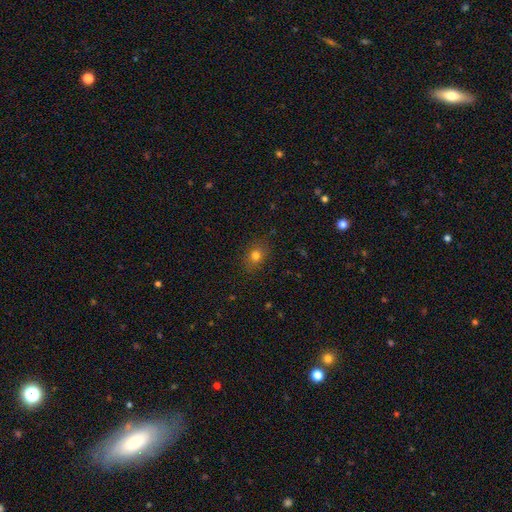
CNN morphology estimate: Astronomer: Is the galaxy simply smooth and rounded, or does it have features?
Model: smooth — 77%.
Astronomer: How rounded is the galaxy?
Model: in between — 50% (runner-up: round, 49%).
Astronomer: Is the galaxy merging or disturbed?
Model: none — 83%.